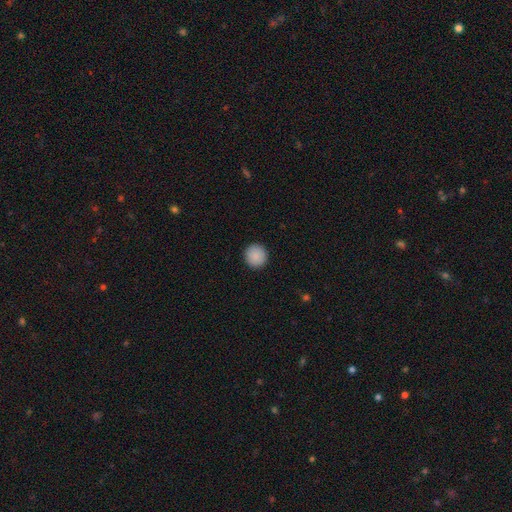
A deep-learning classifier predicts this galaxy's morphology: A smooth galaxy with no disk features (89%) that is round (95%). Merging: none (93%).